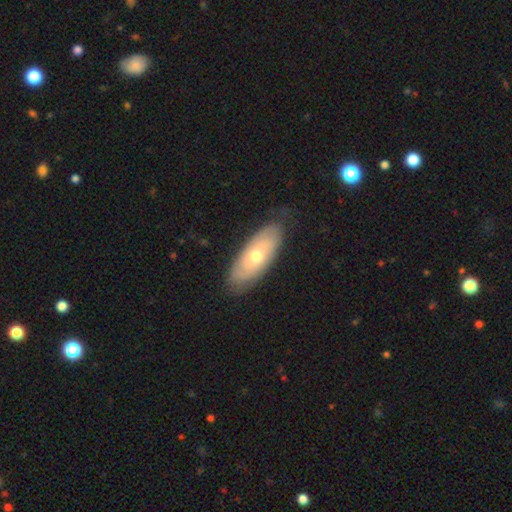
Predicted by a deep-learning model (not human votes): Smooth or featured: featured or disk — 53% (smooth — 41%)
Edge-on disk: no — 80% (yes — 20%)
Merging: none — 78% (minor disturbance — 17%)